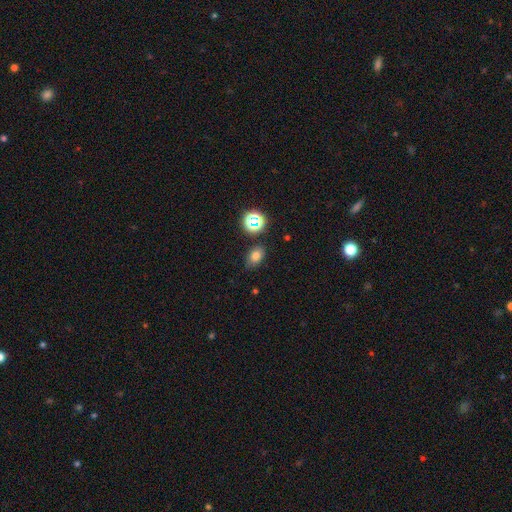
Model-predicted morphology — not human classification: Smooth or featured? smooth (74%)
How rounded? in between (77%)
Merging? none (81%)